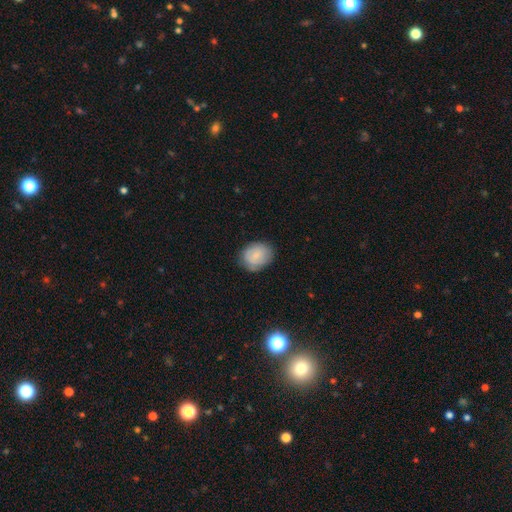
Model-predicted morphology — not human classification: This is likely a smooth galaxy (69%). How rounded: possibly round (52%). Merging: likely none (77%).